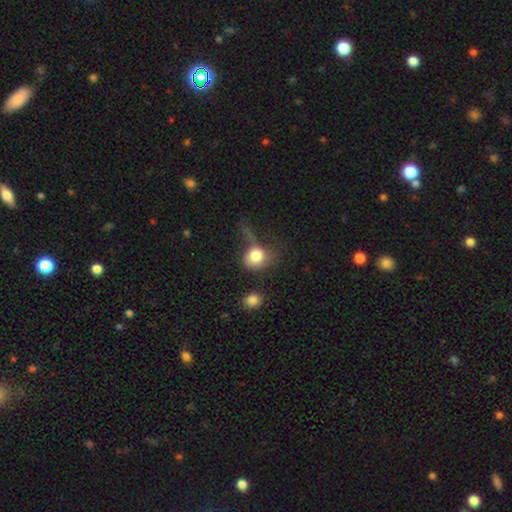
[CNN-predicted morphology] This is likely a smooth galaxy (77%). How rounded: likely round (67%). Merging: marginally major disturbance (37%).